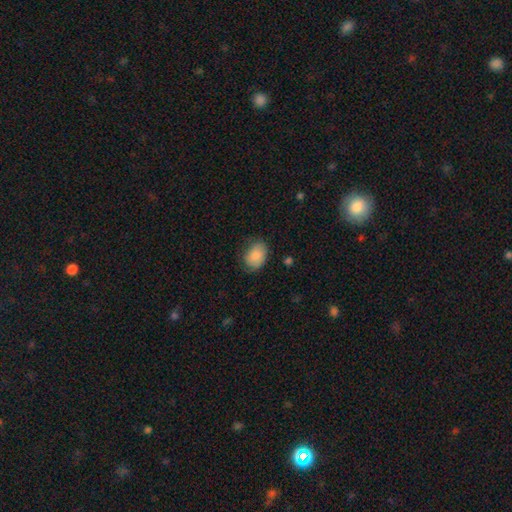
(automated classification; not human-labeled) The model was most divided on "merging": none: 71%, minor disturbance: 22%, major disturbance: 5%, merger: 1%. More confident: smooth or featured — smooth (87%); how rounded — in between (78%).